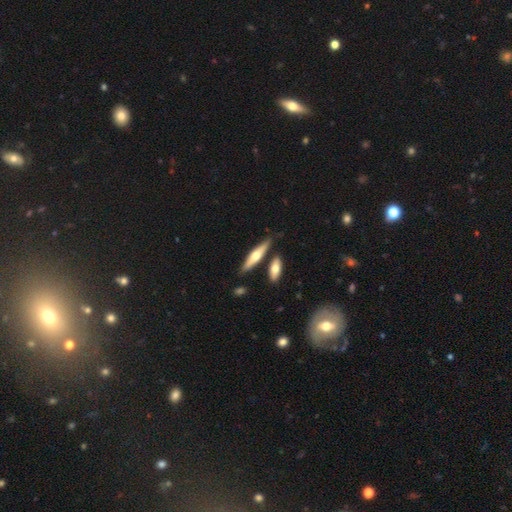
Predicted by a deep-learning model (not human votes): A smooth galaxy with no disk features (49%). Merging: none (73%).